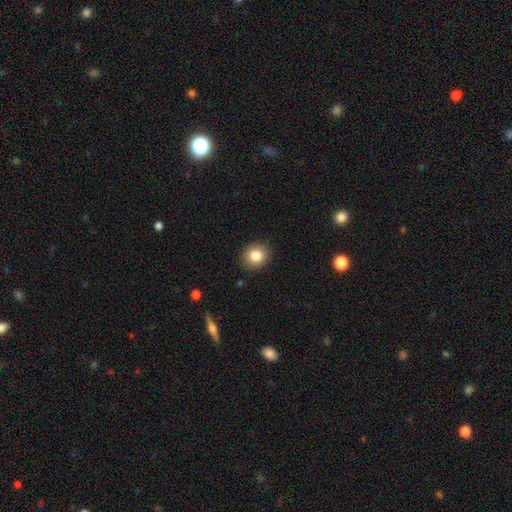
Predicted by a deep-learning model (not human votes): Overall: smooth (83%). How rounded: round (74%). Merging: none (90%).